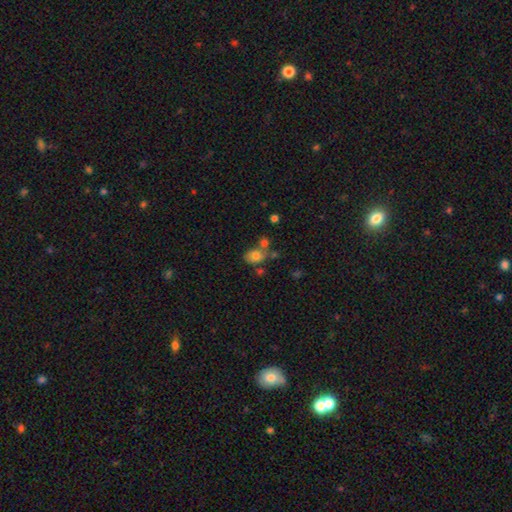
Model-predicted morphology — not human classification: The model was most divided on "merging": none: 48%, merger: 29%, minor disturbance: 16%, major disturbance: 7%. More confident: smooth or featured — smooth (76%); how rounded — in between (70%).